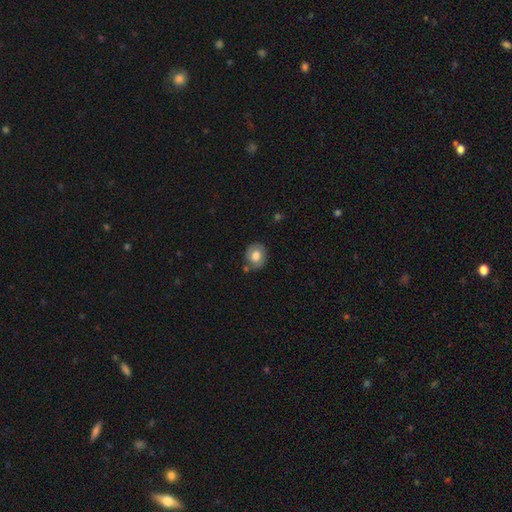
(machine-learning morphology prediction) type=smooth (70%); roundness=round (63%); merging=none (77%).